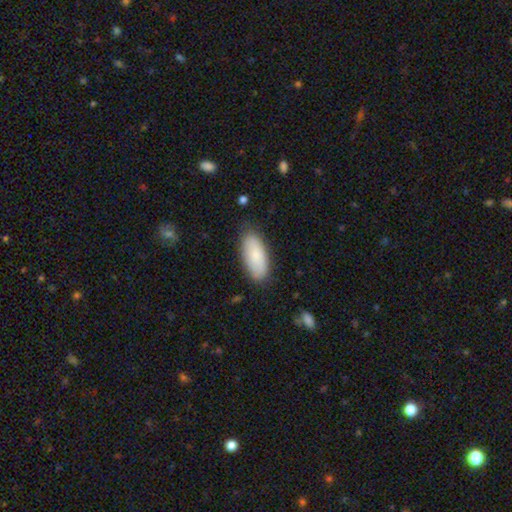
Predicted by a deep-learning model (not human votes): Overall: smooth (82%). How rounded: in between (87%). Merging: none (81%).